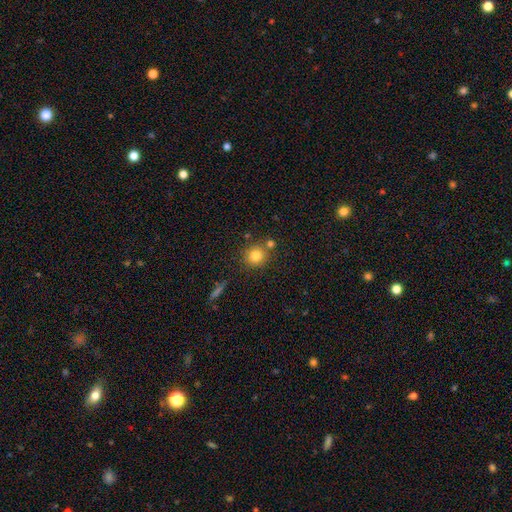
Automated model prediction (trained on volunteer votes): smooth-or-featured: smooth: 81% | star or artifact: 11% | featured or disk: 8%
  how-rounded: round: 88% | in between: 11% | cigar-shaped: 1%
  merging: none: 72% | merger: 15% | minor disturbance: 10% | major disturbance: 3%